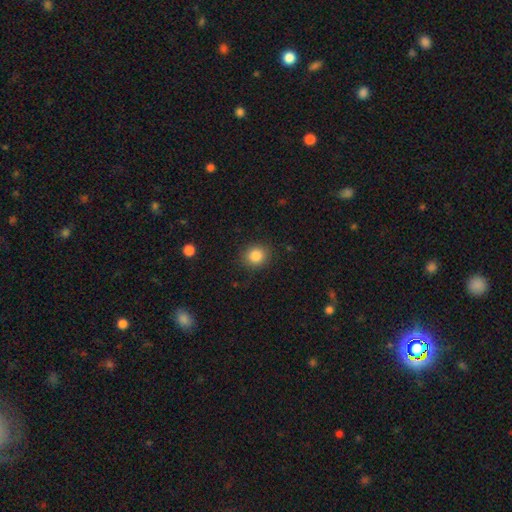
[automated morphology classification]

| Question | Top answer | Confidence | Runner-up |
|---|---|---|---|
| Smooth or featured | smooth | 85% | star or artifact (10%) |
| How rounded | round | 82% | in between (17%) |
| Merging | none | 88% | minor disturbance (9%) |